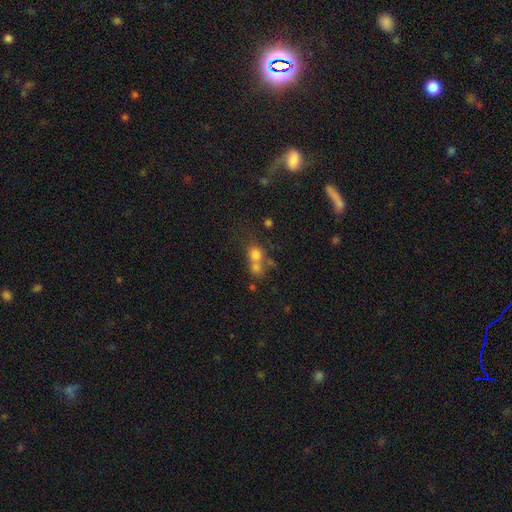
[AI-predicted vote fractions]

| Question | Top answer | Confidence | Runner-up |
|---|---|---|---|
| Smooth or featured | smooth | 66% | star or artifact (18%) |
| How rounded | round | 77% | in between (21%) |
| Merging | merger | 50% | none (34%) |